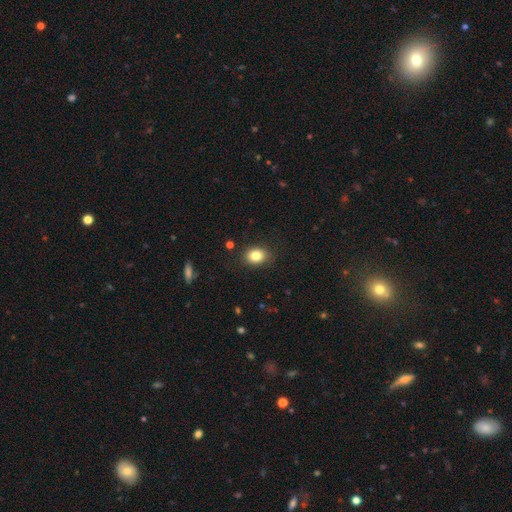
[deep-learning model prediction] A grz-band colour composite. It shows a smooth galaxy with no disk features (83%) that is in between round and cigar-shaped (56%). Merging: none (86%).